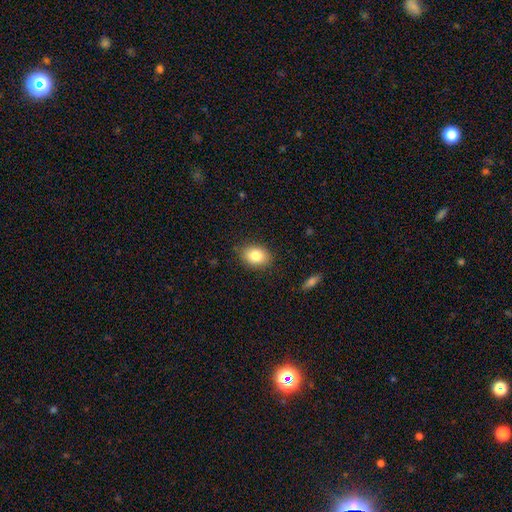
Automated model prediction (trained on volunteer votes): This is clearly a smooth galaxy (82%). How rounded: likely in between (73%). Merging: clearly none (85%).